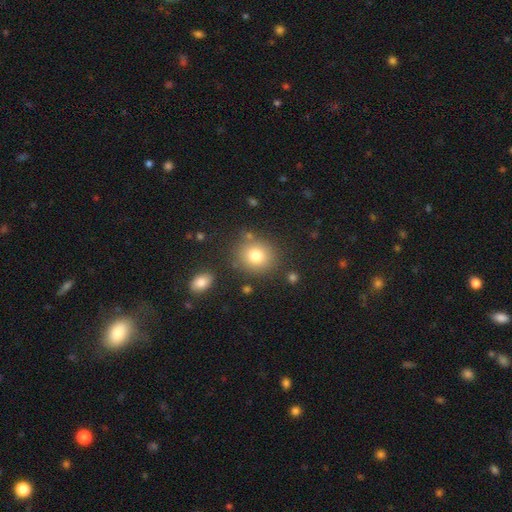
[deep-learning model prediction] The model was most divided on "how rounded": round: 83%, in between: 16%, cigar-shaped: 1%. More confident: merging — none (81%); smooth or featured — smooth (79%).